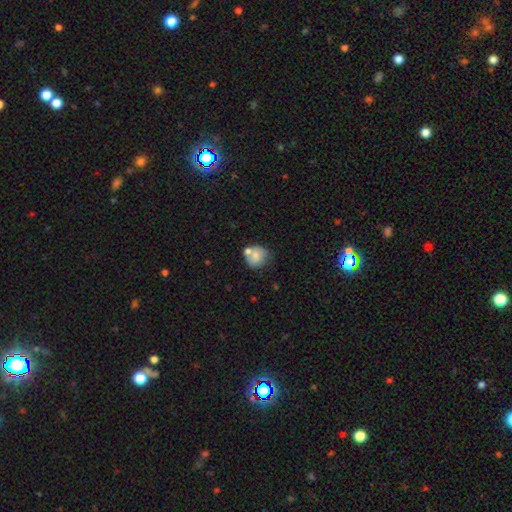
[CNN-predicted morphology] A smooth galaxy with no disk features (69%) that is round (75%). Merging: none (44%).